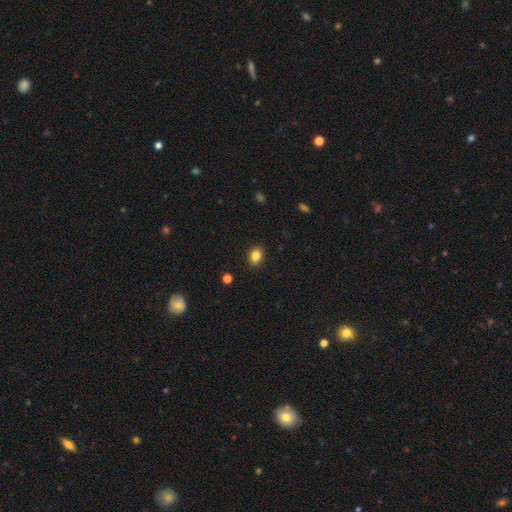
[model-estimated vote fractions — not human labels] Morphology: type=smooth (84%); roundness=in between (65%); merging=none (88%).